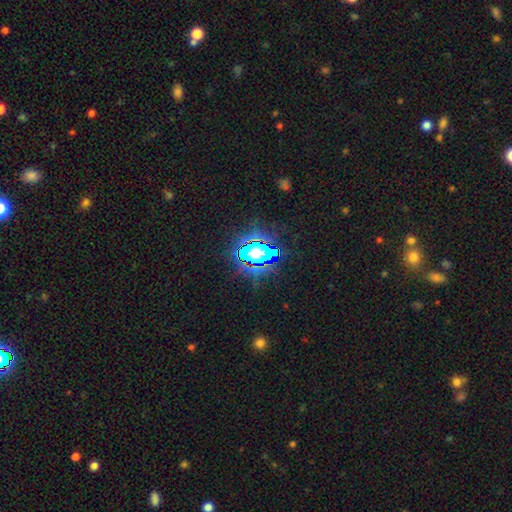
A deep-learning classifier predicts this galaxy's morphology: smooth_or_featured: star or artifact (p=0.73) [alt: smooth p=0.17]